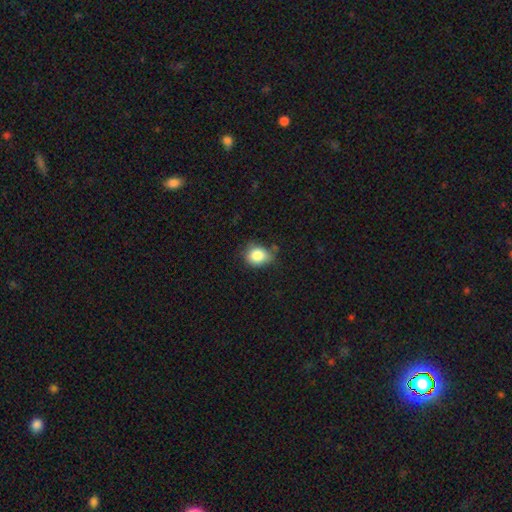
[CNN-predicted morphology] Smooth or featured: smooth — 85% (star or artifact — 9%)
How rounded: round — 53% (in between — 46%)
Merging: none — 58% (minor disturbance — 32%)